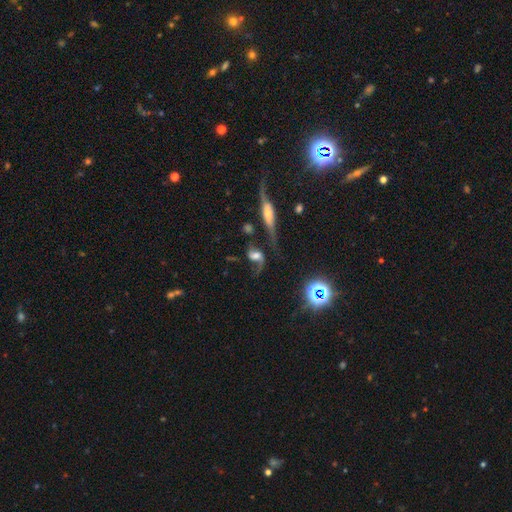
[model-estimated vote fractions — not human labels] The model was most divided on "bulge size": moderate: 36%, large: 33%, small: 14%, none: 10%, dominant: 7%. Remaining: edge-on disk — no (91%); spiral arms — yes (89%); spiral arm count — 2 (84%); spiral winding — loose (75%); smooth or featured — featured or disk (70%); bar — no (46%); merging — none (43%).